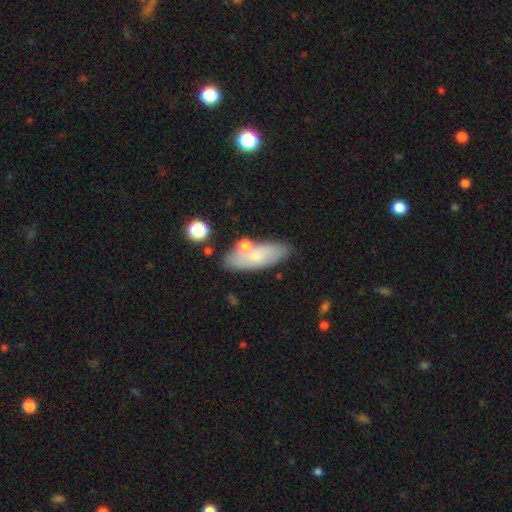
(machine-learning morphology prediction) Overall: smooth (65%; featured or disk 27%). How rounded: in between (73%). Merging: none (72%).